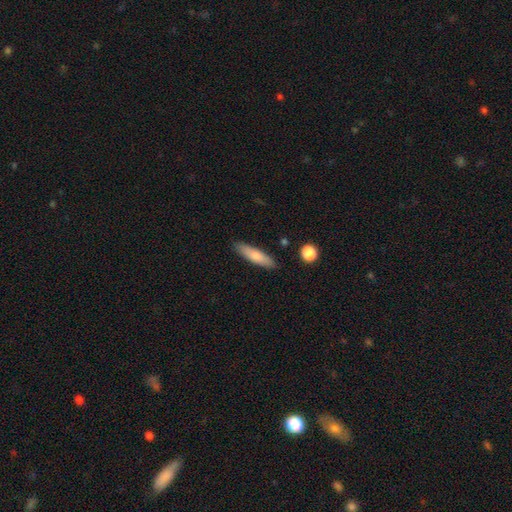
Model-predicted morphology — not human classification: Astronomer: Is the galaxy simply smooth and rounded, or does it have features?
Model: smooth — 74%.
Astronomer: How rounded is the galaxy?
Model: cigar-shaped — 74%.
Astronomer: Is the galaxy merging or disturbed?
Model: none — 86%.